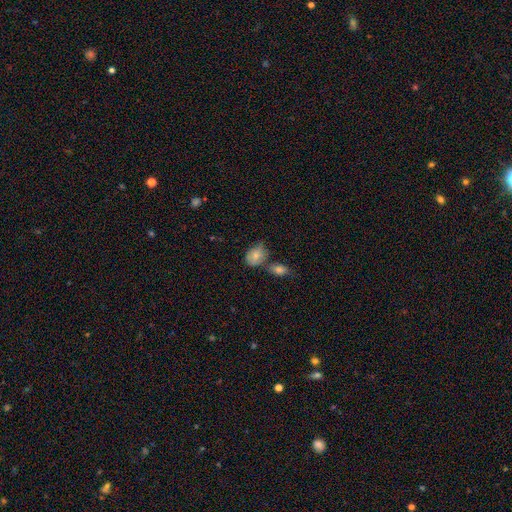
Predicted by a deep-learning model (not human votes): A smooth galaxy with no disk features (76%) that is in between round and cigar-shaped (65%).

Vote fractions:
- Smooth or featured? smooth: 76% / featured or disk: 16% / star or artifact: 8%
- How rounded? in between: 65% / round: 34% / cigar-shaped: 1%
- Merging? none: 41% / minor disturbance: 26% / merger: 25% / major disturbance: 8%